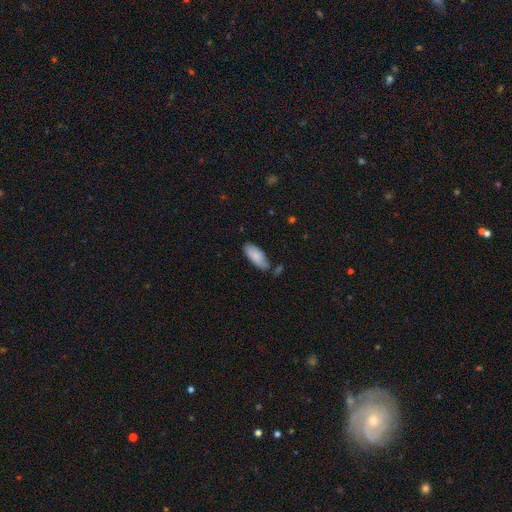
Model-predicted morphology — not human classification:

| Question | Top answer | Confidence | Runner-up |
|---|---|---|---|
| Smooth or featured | smooth | 83% | featured or disk (11%) |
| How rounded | in between | 85% | cigar-shaped (14%) |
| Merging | none | 66% | minor disturbance (23%) |